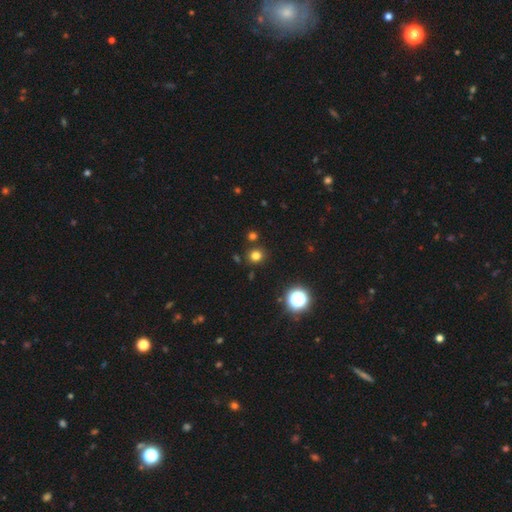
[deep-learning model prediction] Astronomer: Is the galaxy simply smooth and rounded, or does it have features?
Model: smooth — 75%.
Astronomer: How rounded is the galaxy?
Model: round — 89%.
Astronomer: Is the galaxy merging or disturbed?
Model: none — 86%.